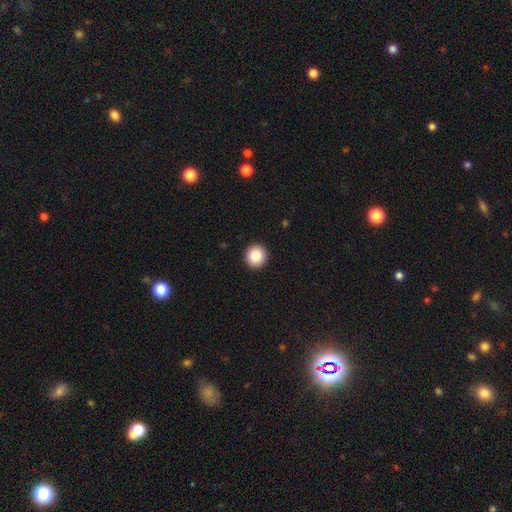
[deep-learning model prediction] smooth 86%, star or artifact 9%, featured or disk 6%. Down the decision tree: how rounded — round (94%); merging — none (94%).